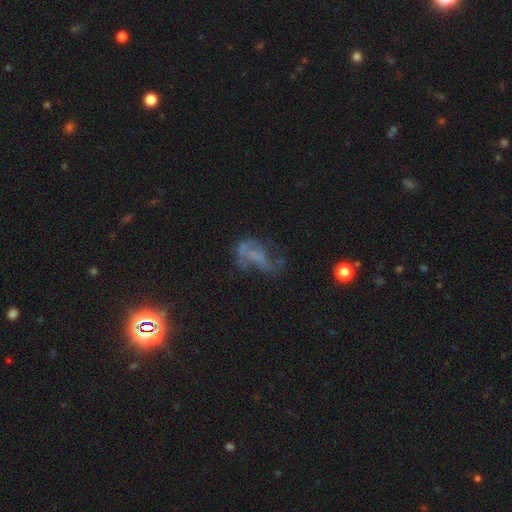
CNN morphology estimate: A featured or disk galaxy (55%) with no bar (70%), no spiral arms (62%) and no central bulge (71%). Merging: major disturbance (37%).